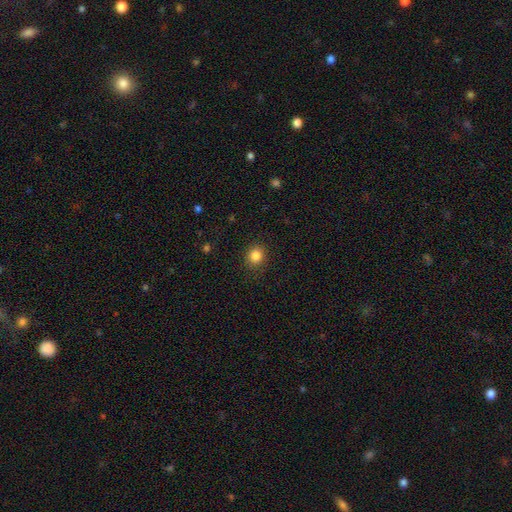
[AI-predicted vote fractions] This is clearly a smooth galaxy (84%). How rounded: clearly round (82%). Merging: clearly none (89%).